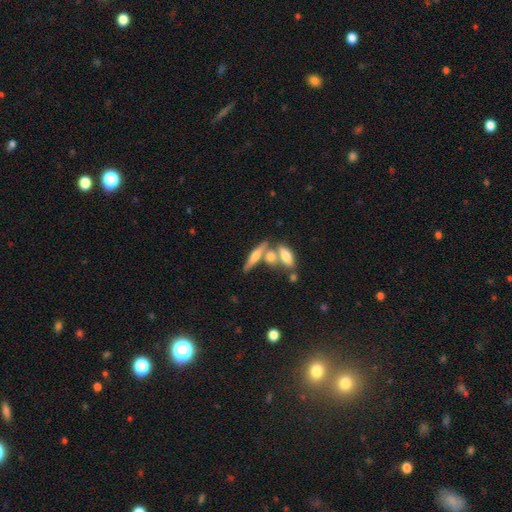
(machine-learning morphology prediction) Smooth or featured? Predicted: featured or disk (p=0.47). Merging? Predicted: none (p=0.52).